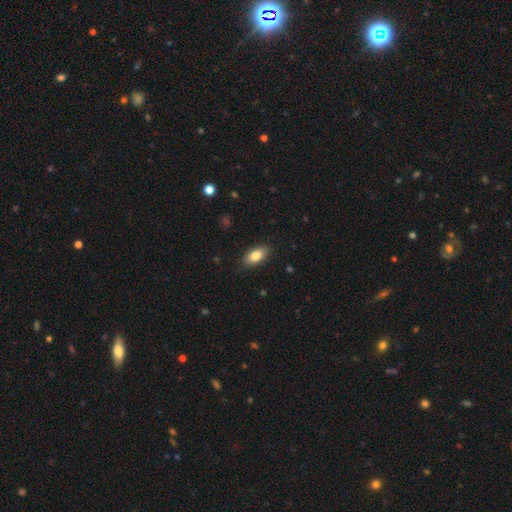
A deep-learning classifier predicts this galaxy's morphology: smooth_or_featured: smooth (p=0.83) [alt: featured or disk p=0.10]
how_rounded: in between (p=0.90) [alt: cigar-shaped p=0.06]
merging: none (p=0.86) [alt: minor disturbance p=0.10]